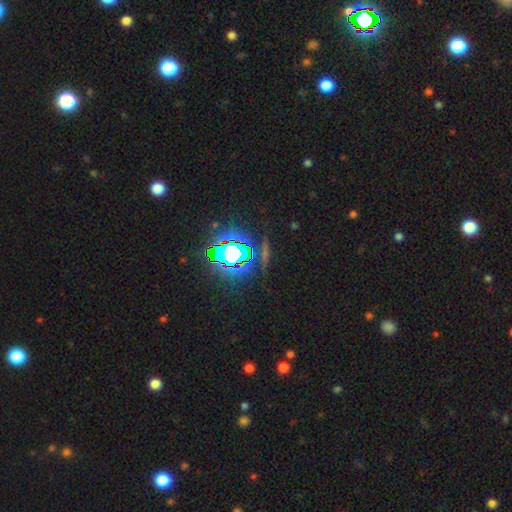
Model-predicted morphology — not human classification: Smooth or featured? star or artifact (82%)